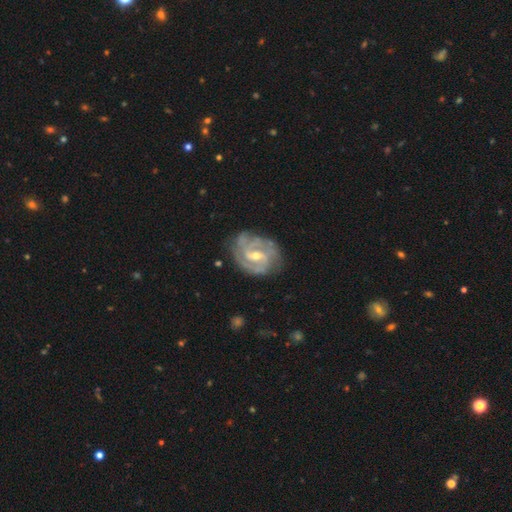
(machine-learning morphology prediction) Smooth or featured? featured or disk (89%)
Edge-on disk? no (97%)
Bar? weak (53%)
Spiral arms? yes (97%)
Spiral winding? tight (54%)
Spiral arm count? 2 (40%)
Bulge size? moderate (52%)
Merging? none (73%)